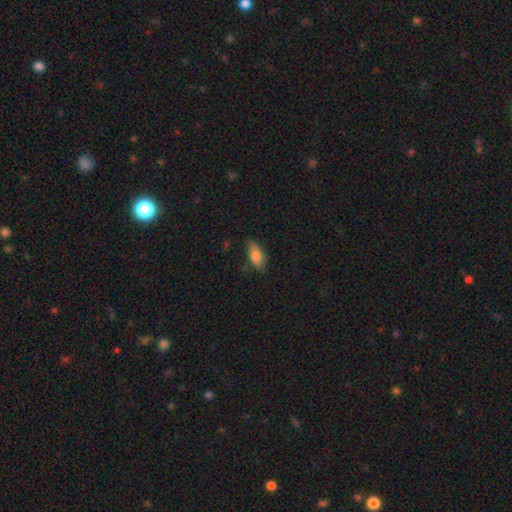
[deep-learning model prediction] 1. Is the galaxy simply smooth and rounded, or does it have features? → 78% smooth, 15% featured or disk, 7% star or artifact.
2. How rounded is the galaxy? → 86% in between, 10% cigar-shaped, 3% round.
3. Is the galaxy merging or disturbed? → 68% none, 25% minor disturbance, 5% major disturbance, 2% merger.